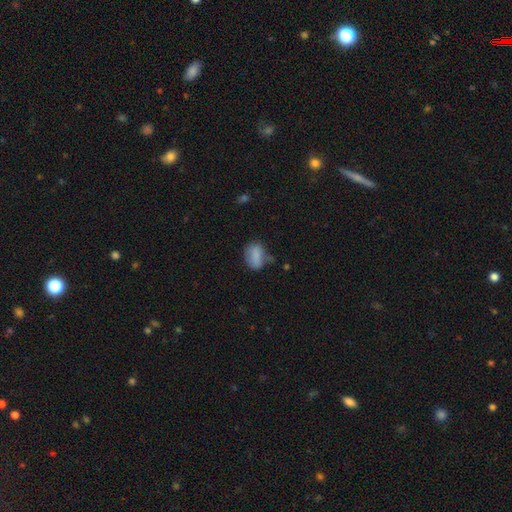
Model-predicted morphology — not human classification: type=smooth (80%); roundness=in between (82%); merging=none (54%).